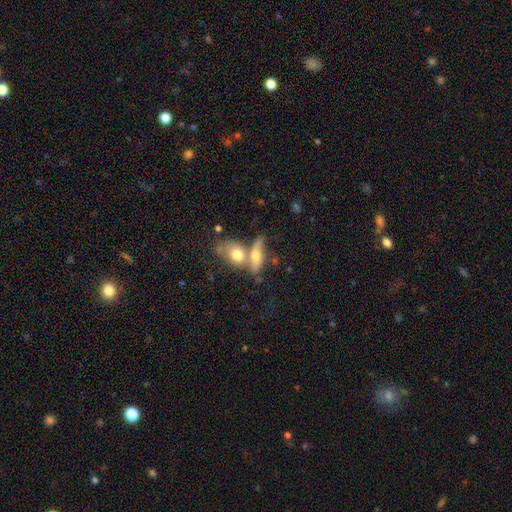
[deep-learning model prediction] This appears to be a smooth galaxy with no disk features (59%) that is in between round and cigar-shaped (67%). Merging: merger (62%).